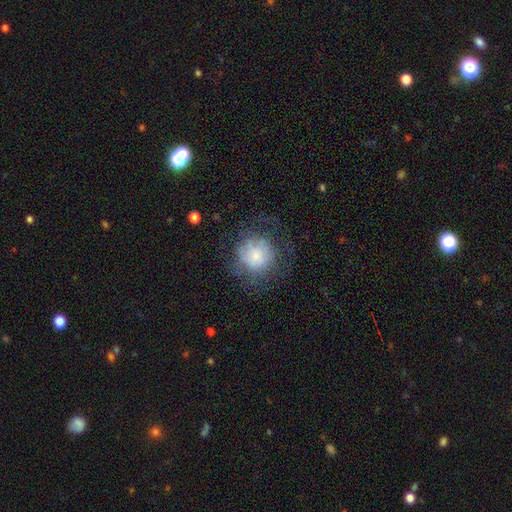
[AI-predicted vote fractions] smooth 57%, featured or disk 33%, star or artifact 10%. Down the decision tree: how rounded — round (87%); merging — none (52%).